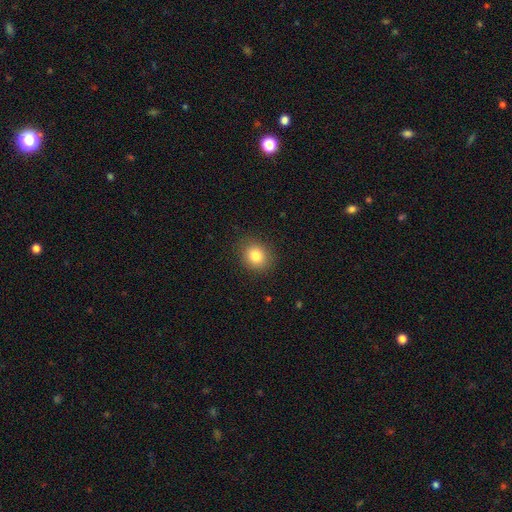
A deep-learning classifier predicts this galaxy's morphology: Smooth or featured: smooth — 82% (star or artifact — 11%)
How rounded: round — 71% (in between — 28%)
Merging: none — 88% (minor disturbance — 8%)